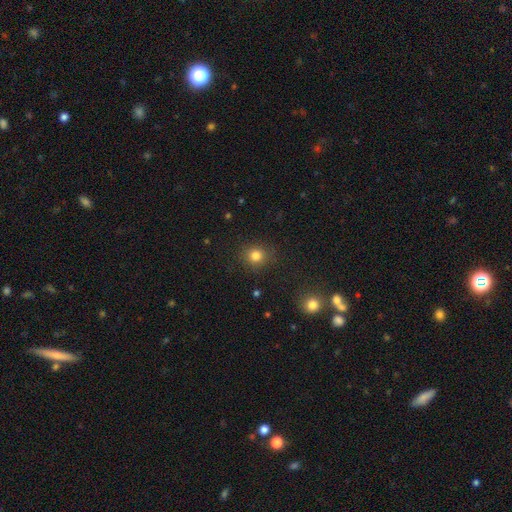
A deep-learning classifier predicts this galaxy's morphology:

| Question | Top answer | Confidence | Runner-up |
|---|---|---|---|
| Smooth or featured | smooth | 81% | star or artifact (14%) |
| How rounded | round | 86% | in between (13%) |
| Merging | none | 88% | minor disturbance (8%) |